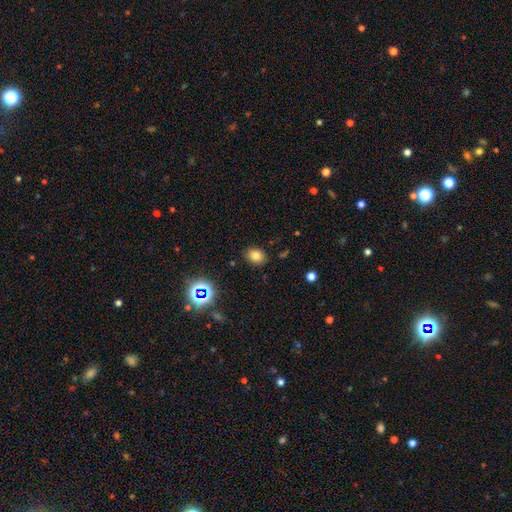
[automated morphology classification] Smooth or featured?
  - smooth: 77% *
  - star or artifact: 15%
  - featured or disk: 7%
How rounded?
  - in between: 56% *
  - round: 43%
  - cigar-shaped: 1%
Merging?
  - none: 86% *
  - minor disturbance: 9%
  - major disturbance: 3%
  - merger: 2%